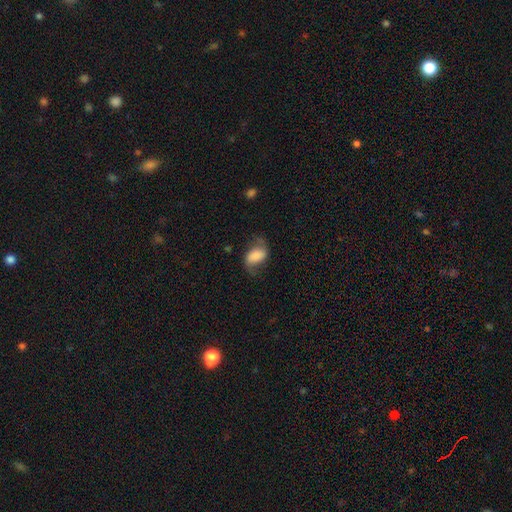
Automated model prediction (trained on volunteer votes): Overall: featured or disk (49%; smooth 42%). Merging: none (61%; minor disturbance 22%).